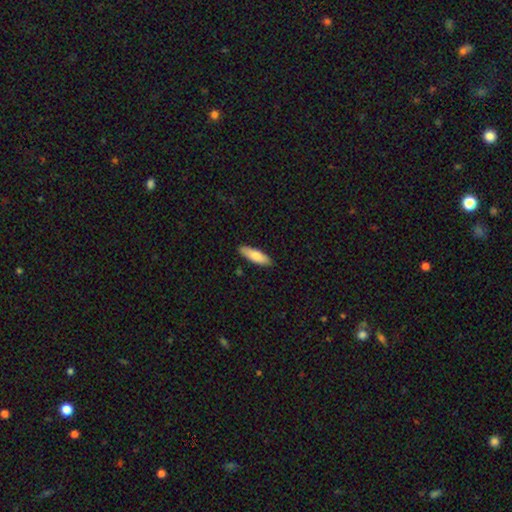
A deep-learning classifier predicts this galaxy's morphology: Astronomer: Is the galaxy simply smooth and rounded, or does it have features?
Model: smooth — 79%.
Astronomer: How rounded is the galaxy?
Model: in between — 49%, tied with cigar-shaped at 49%.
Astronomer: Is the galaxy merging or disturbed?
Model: none — 88%.